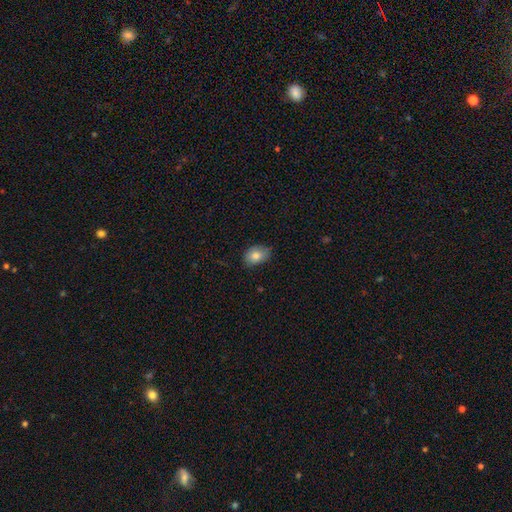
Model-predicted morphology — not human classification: This is clearly a smooth galaxy (82%). How rounded: likely in between (79%). Merging: likely none (78%).